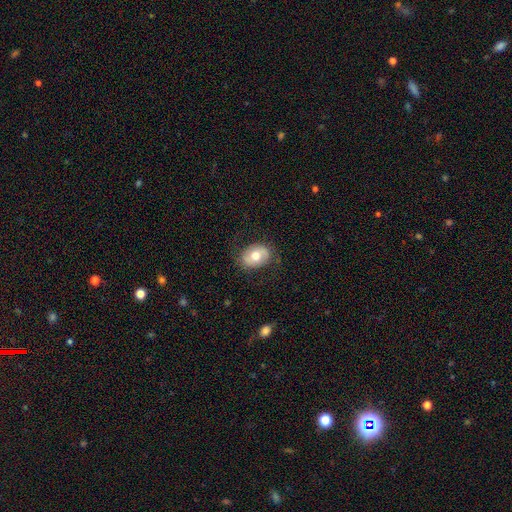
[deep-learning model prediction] A smooth galaxy with no disk features (61%) that is in between round and cigar-shaped (68%). Merging: none (79%).